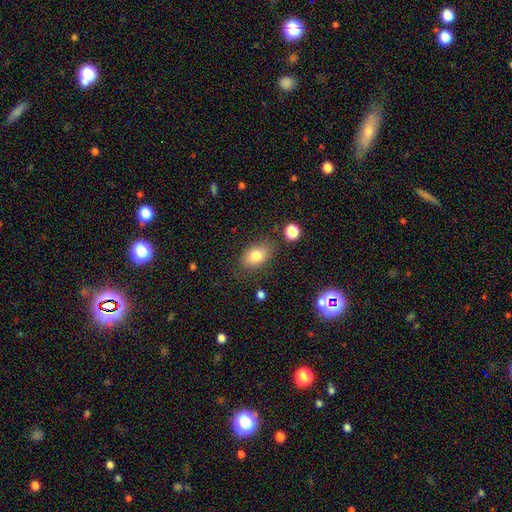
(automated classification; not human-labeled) This appears to be a smooth galaxy with no disk features (81%) that is in between round and cigar-shaped (84%). Merging: none (78%).